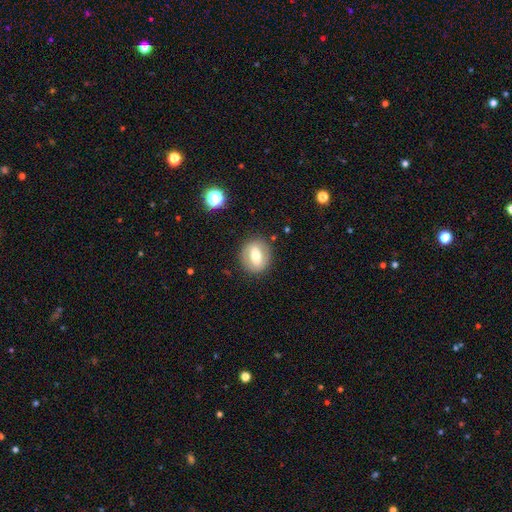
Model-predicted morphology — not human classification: This appears to be a smooth galaxy with no disk features (58%) that is round (63%). Merging: none (85%).